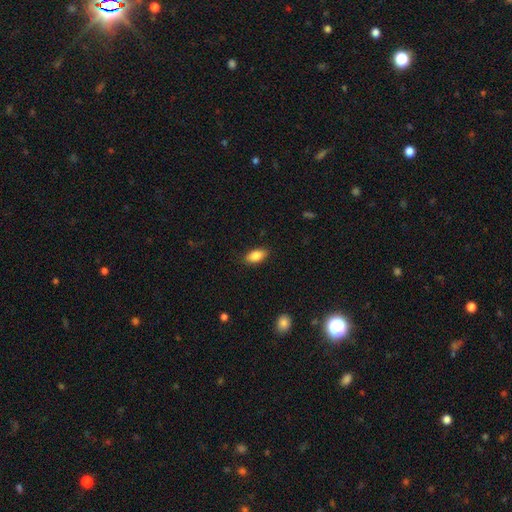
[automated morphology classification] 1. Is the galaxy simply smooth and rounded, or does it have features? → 86% smooth, 7% star or artifact, 7% featured or disk.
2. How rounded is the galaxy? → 90% in between, 5% cigar-shaped, 5% round.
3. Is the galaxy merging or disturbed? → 86% none, 10% minor disturbance, 2% major disturbance, 1% merger.